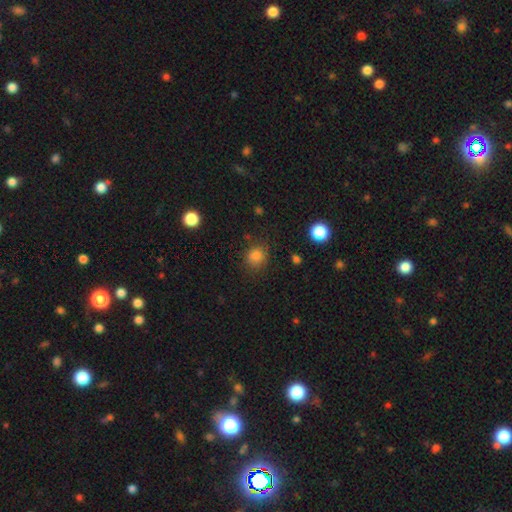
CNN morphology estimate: smooth-or-featured: smooth: 83% | star or artifact: 13% | featured or disk: 4%
  how-rounded: round: 73% | in between: 26% | cigar-shaped: 1%
  merging: none: 78% | minor disturbance: 15% | major disturbance: 5% | merger: 2%